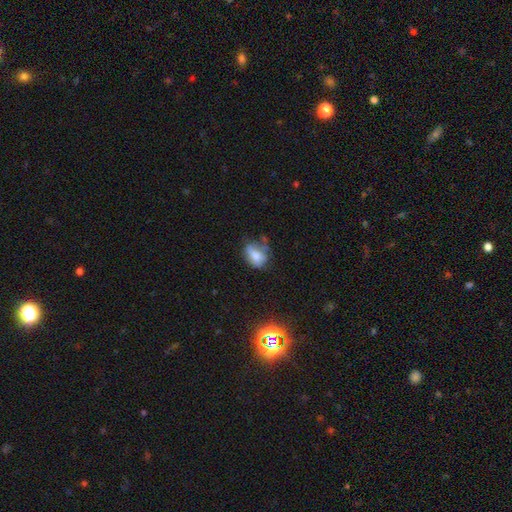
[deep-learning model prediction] Q: Smooth or featured?
A: smooth (63%); runner-up: featured or disk (25%)
Q: How rounded?
A: in between (74%); runner-up: round (23%)
Q: Merging?
A: none (38%); runner-up: minor disturbance (33%)